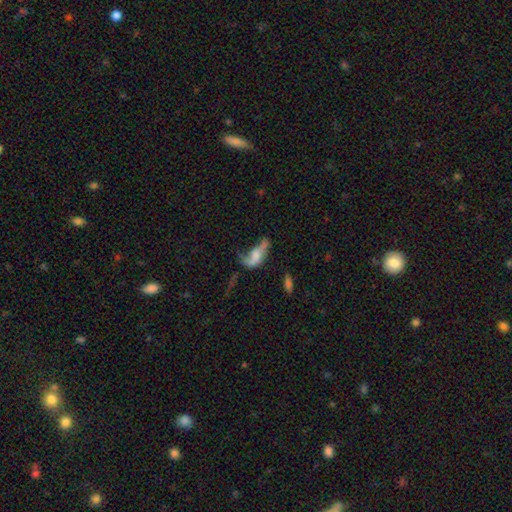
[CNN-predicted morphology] Q: Smooth or featured?
A: smooth (46%); runner-up: featured or disk (42%)
Q: Merging?
A: major disturbance (44%); runner-up: none (23%)